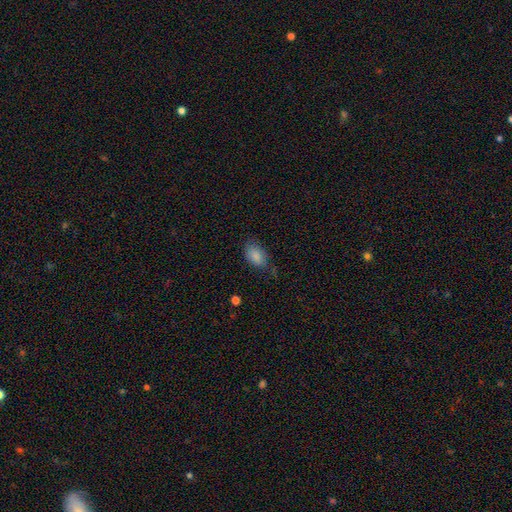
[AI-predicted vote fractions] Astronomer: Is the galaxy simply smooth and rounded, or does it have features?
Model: smooth — 86%.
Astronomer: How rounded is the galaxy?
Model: in between — 90%.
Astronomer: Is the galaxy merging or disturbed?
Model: none — 64%.